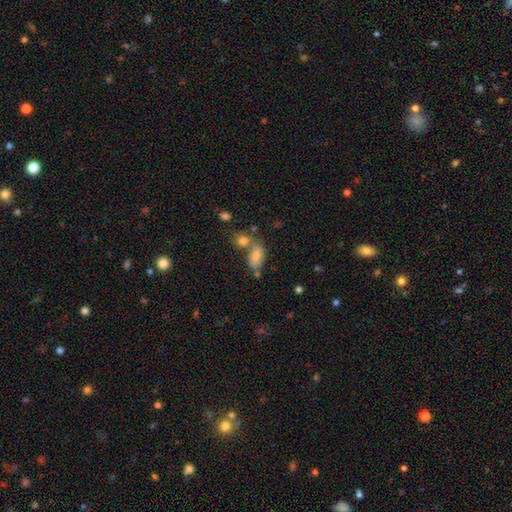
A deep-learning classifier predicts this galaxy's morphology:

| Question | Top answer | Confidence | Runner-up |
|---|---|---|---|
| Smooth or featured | smooth | 79% | featured or disk (12%) |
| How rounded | in between | 89% | round (7%) |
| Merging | none | 46% | merger (30%) |